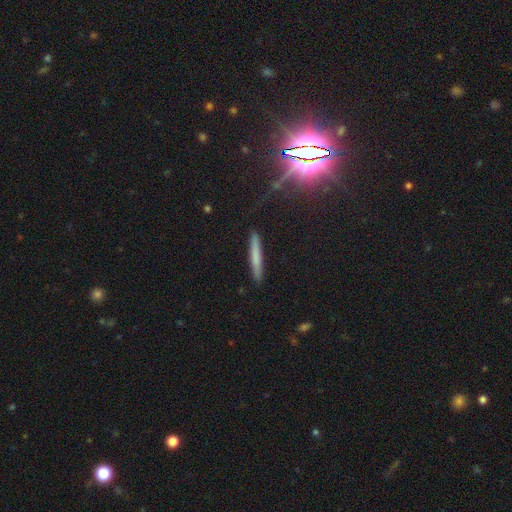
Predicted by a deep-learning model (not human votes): A smooth galaxy with no disk features (64%) that is cigar-shaped (96%).

Vote fractions:
- Smooth or featured? smooth: 64% / featured or disk: 27% / star or artifact: 10%
- How rounded? cigar-shaped: 96% / in between: 3% / round: 1%
- Merging? none: 90% / minor disturbance: 7% / major disturbance: 2% / merger: 1%